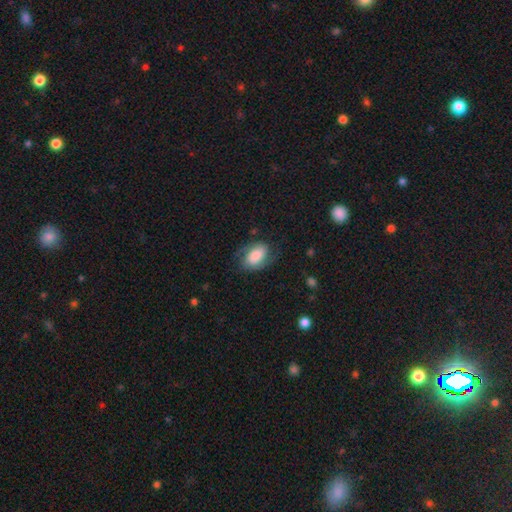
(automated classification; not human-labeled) Q: Smooth or featured?
A: smooth (51%); runner-up: featured or disk (41%)
Q: How rounded?
A: in between (89%); runner-up: round (10%)
Q: Merging?
A: none (66%); runner-up: minor disturbance (21%)